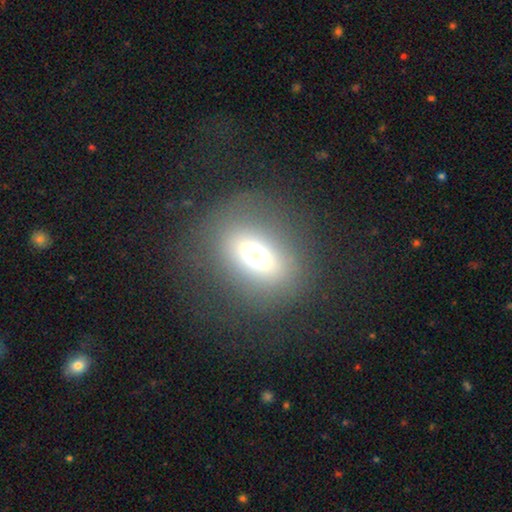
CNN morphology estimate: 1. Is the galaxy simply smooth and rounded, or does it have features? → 63% smooth, 20% featured or disk, 16% star or artifact.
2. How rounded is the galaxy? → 58% in between, 39% round, 3% cigar-shaped.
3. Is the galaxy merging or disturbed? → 73% none, 13% minor disturbance, 12% major disturbance, 2% merger.